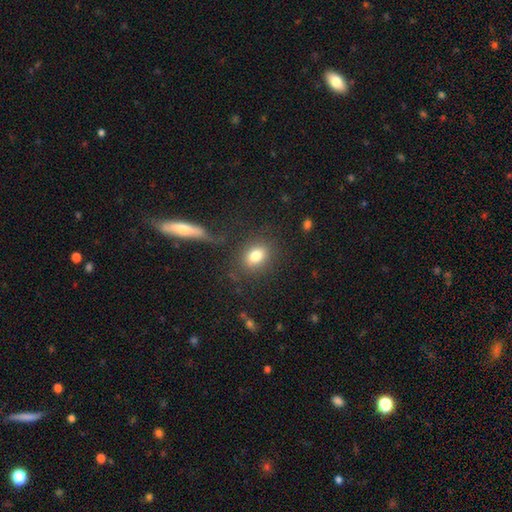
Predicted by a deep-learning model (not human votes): smooth 81%, featured or disk 10%, star or artifact 10%. Down the decision tree: how rounded — in between (61%); merging — none (78%).